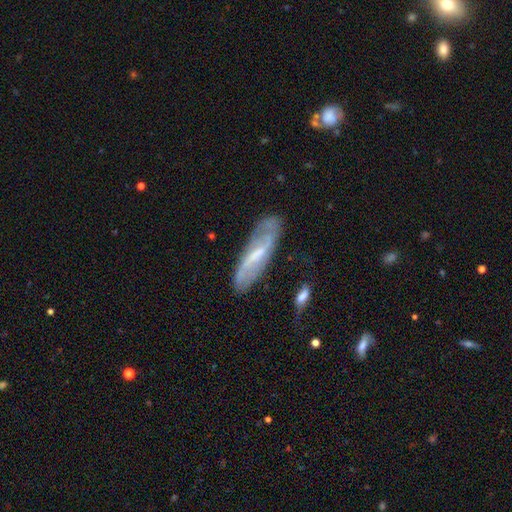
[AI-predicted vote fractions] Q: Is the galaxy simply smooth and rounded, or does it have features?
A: featured or disk — 66%.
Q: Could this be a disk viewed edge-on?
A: no — 74%.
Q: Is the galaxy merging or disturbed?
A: none — 74%.